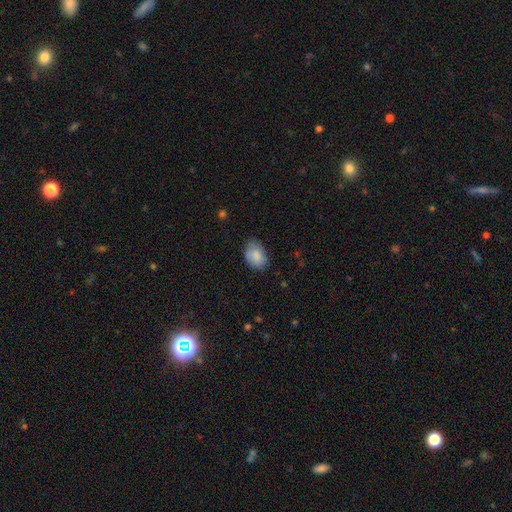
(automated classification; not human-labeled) Smooth or featured?
  - smooth: 86% *
  - featured or disk: 7%
  - star or artifact: 7%
How rounded?
  - in between: 82% *
  - round: 17%
  - cigar-shaped: 1%
Merging?
  - none: 71% *
  - minor disturbance: 24%
  - major disturbance: 5%
  - merger: 1%